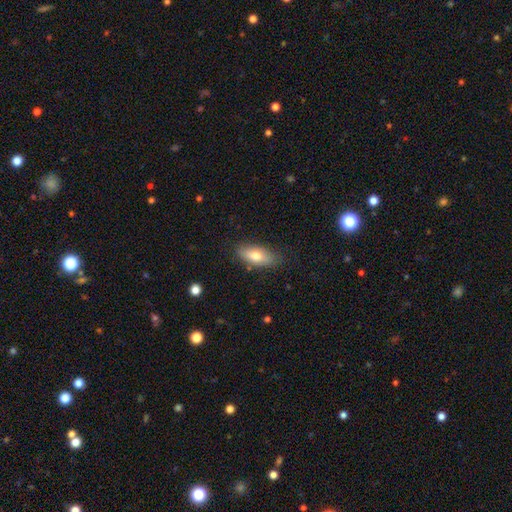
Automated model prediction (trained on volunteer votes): This appears to be a smooth galaxy with no disk features (74%) that is in between round and cigar-shaped (83%). Merging: none (81%).